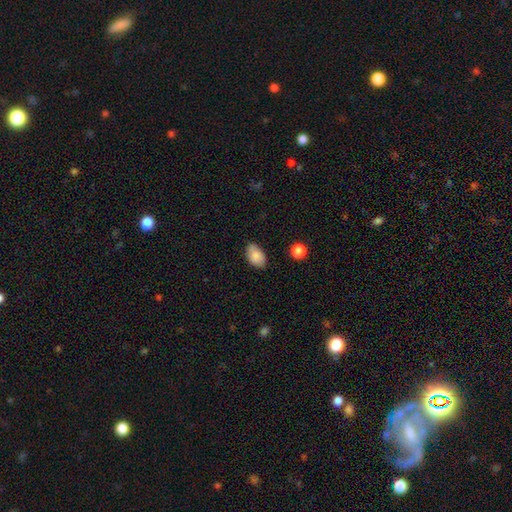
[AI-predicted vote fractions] Overall: smooth (84%). How rounded: in between (91%). Merging: none (77%).